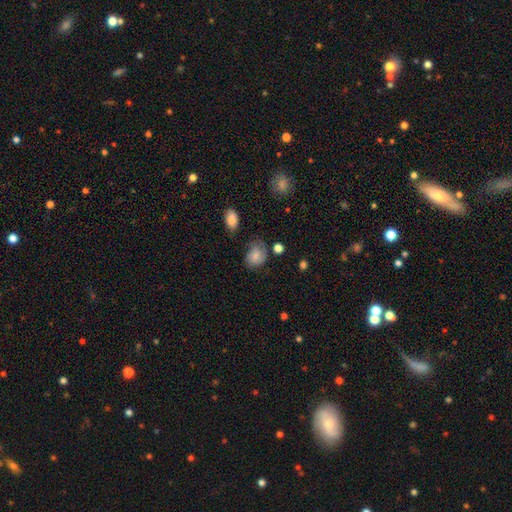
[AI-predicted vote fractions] smooth-or-featured: smooth: 60% | featured or disk: 31% | star or artifact: 9%
  how-rounded: in between: 53% | round: 46% | cigar-shaped: 1%
  merging: none: 51% | minor disturbance: 30% | major disturbance: 15% | merger: 4%